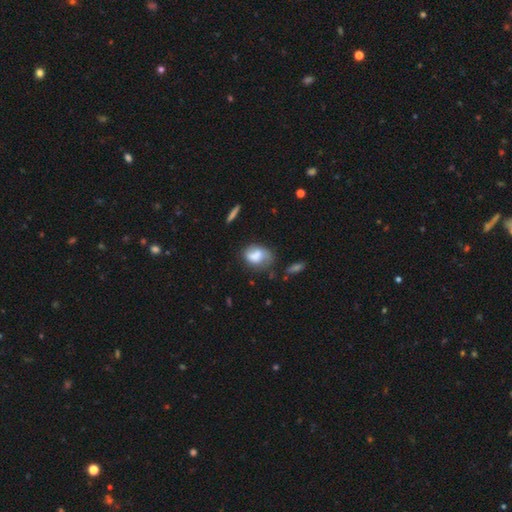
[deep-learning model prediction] smooth-or-featured: smooth: 68% | featured or disk: 24% | star or artifact: 8%
  how-rounded: in between: 72% | round: 26% | cigar-shaped: 2%
  merging: none: 46% | minor disturbance: 30% | major disturbance: 16% | merger: 8%